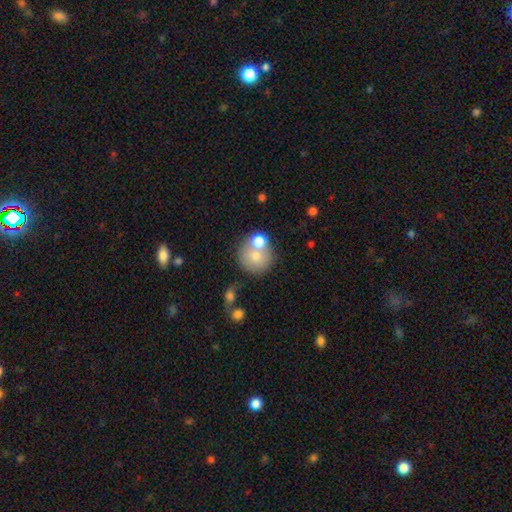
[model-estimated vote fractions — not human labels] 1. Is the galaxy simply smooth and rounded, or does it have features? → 72% smooth, 18% featured or disk, 10% star or artifact.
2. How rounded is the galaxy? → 87% round, 12% in between, 1% cigar-shaped.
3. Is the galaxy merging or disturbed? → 49% none, 36% merger, 10% minor disturbance, 4% major disturbance.